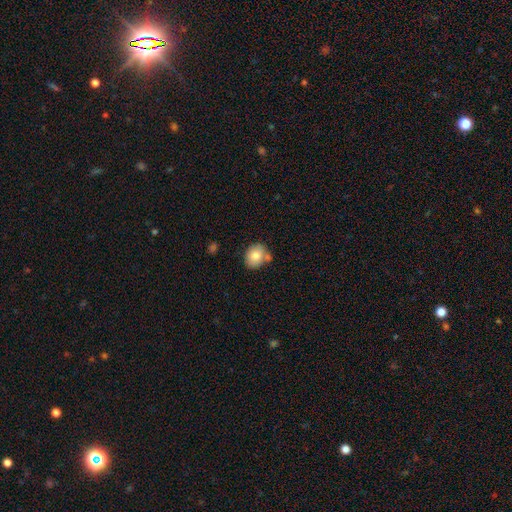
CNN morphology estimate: Smooth or featured? Predicted: smooth (p=0.79). How rounded? Predicted: round (p=0.54). Merging? Predicted: none (p=0.65).